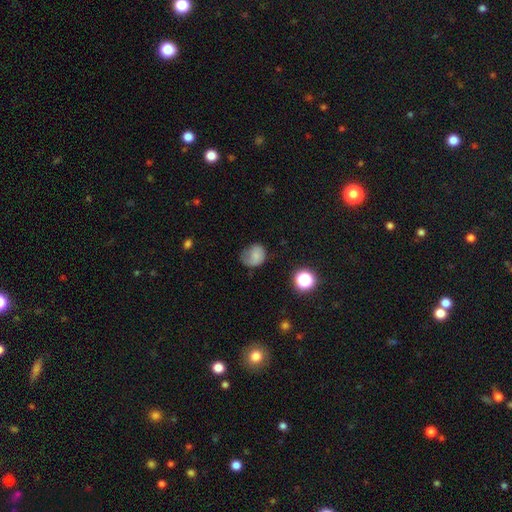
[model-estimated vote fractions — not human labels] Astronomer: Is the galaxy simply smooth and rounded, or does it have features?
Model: smooth — 73%.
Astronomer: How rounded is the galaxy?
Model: round — 62%.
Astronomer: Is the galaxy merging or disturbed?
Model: none — 42% (runner-up: minor disturbance, 35%).